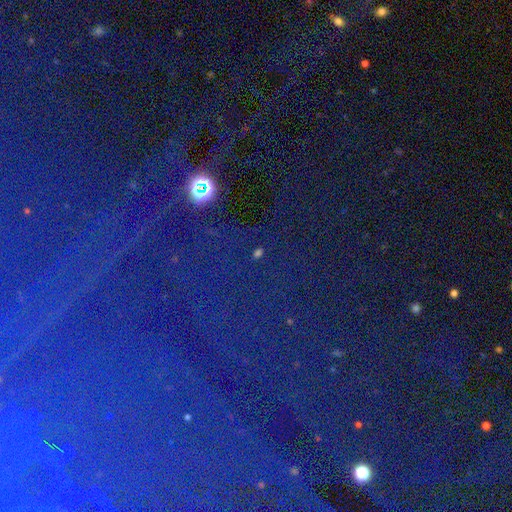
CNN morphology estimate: star or artifact 82%, smooth 9%, featured or disk 9%.